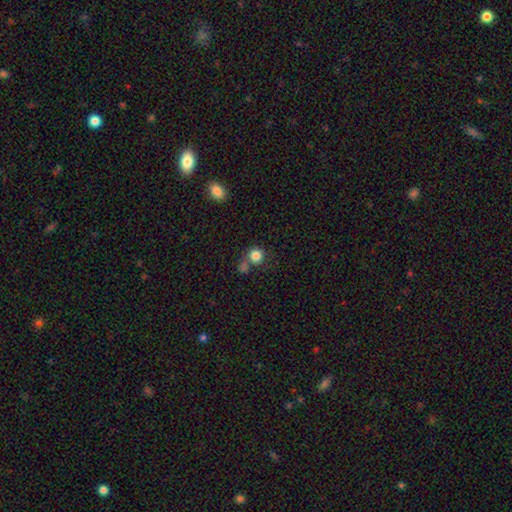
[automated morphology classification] Overall: smooth (83%). How rounded: round (90%). Merging: none (58%; merger 25%).